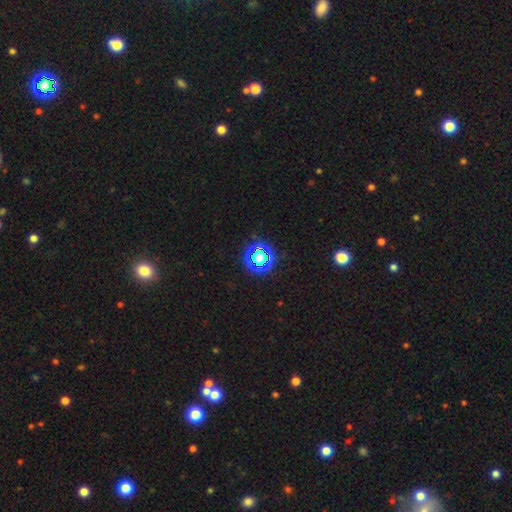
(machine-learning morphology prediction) The model was most divided on "smooth or featured": star or artifact: 75%, smooth: 17%, featured or disk: 8%.